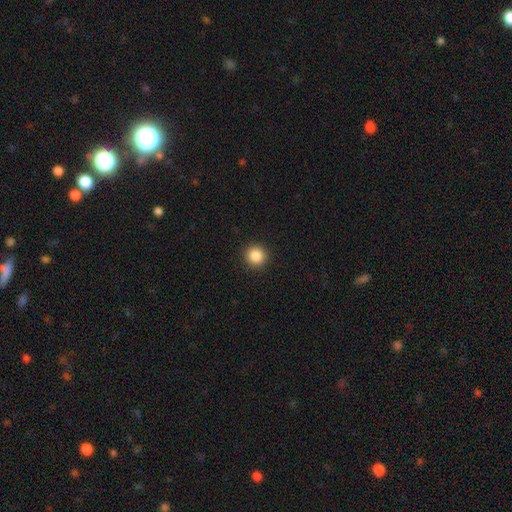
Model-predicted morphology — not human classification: A smooth galaxy with no disk features (87%) that is round (94%). Merging: none (93%).